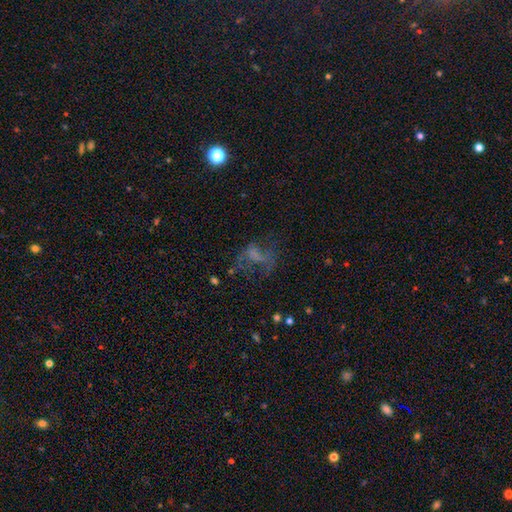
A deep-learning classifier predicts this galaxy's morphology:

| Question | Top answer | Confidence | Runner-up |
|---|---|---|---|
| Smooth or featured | featured or disk | 41% | smooth (33%) |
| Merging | major disturbance | 40% | none (39%) |